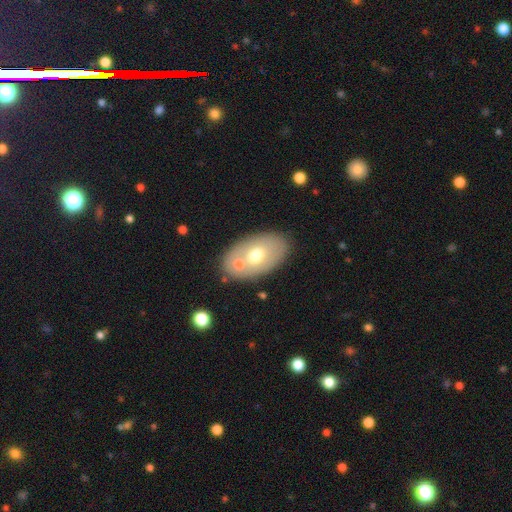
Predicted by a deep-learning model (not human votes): This appears to be a smooth galaxy with no disk features (58%) that is in between round and cigar-shaped (92%). Merging: none (64%).